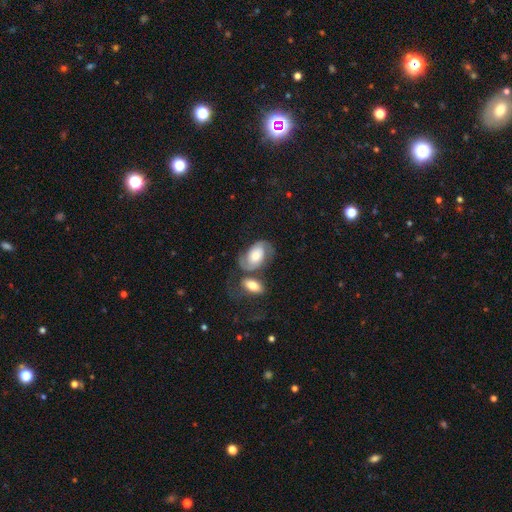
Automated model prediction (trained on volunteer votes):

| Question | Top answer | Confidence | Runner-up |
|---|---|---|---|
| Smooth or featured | featured or disk | 62% | smooth (31%) |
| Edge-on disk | no | 96% | yes (4%) |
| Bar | no | 69% | weak (24%) |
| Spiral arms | yes | 88% | no (12%) |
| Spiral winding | medium | 44% | tight (30%) |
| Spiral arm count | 2 | 84% | can't tell (8%) |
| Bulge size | moderate | 46% | small (26%) |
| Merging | none | 41% | merger (28%) |